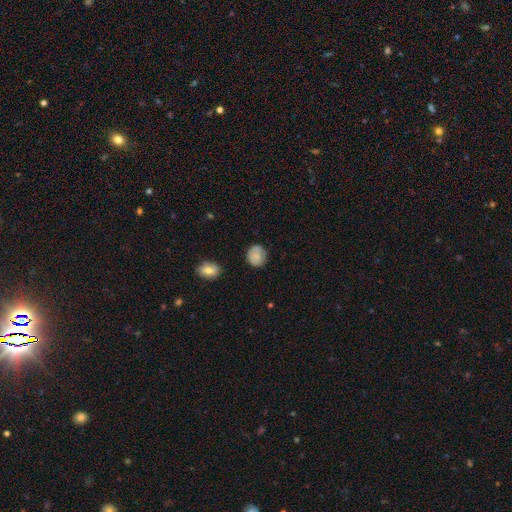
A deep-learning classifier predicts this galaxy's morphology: smooth-or-featured: smooth: 79% | featured or disk: 13% | star or artifact: 8%
  how-rounded: round: 79% | in between: 20% | cigar-shaped: 1%
  merging: none: 76% | minor disturbance: 18% | major disturbance: 4% | merger: 2%